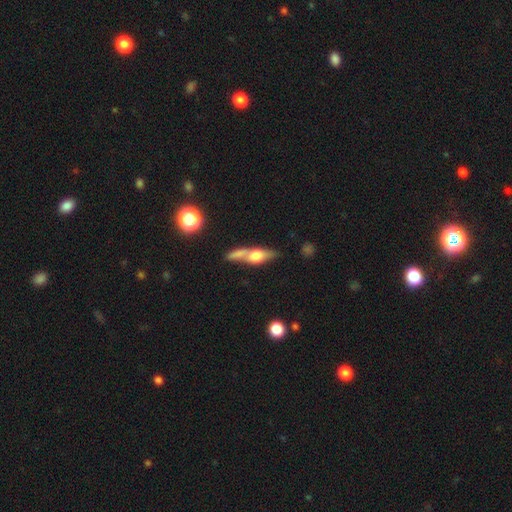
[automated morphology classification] A featured or disk galaxy (52%) viewed edge-on (82%). Merging: none (48%).